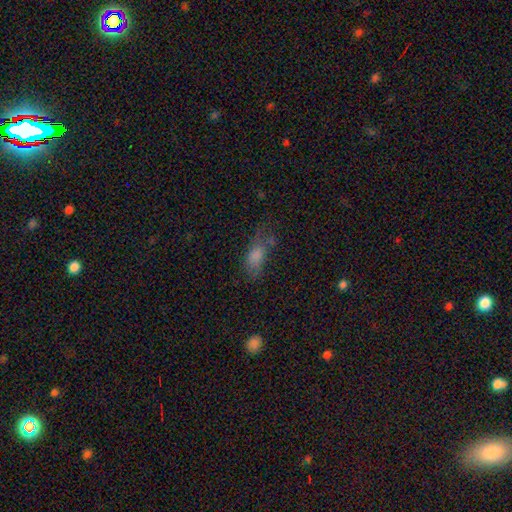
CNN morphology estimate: A smooth galaxy with no disk features (69%) that is in between round and cigar-shaped (77%). Merging: none (40%).